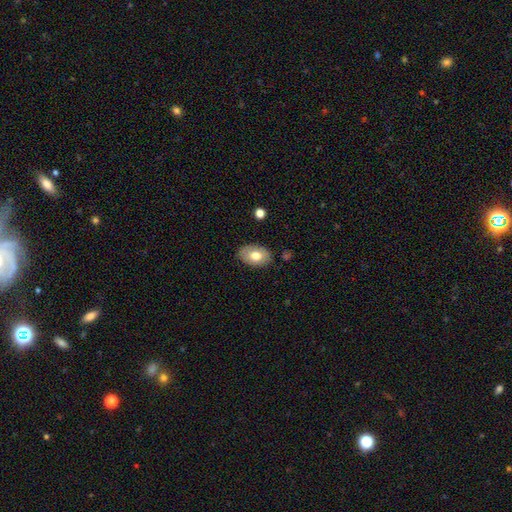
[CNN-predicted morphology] The model was most divided on "smooth or featured": smooth: 73%, featured or disk: 20%, star or artifact: 7%. More confident: how rounded — in between (88%); merging — none (83%).